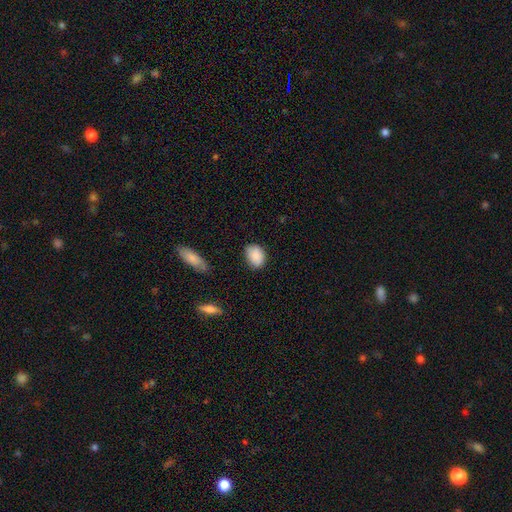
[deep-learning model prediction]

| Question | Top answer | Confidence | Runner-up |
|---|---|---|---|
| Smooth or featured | smooth | 88% | star or artifact (7%) |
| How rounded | in between | 74% | round (24%) |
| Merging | none | 77% | minor disturbance (18%) |